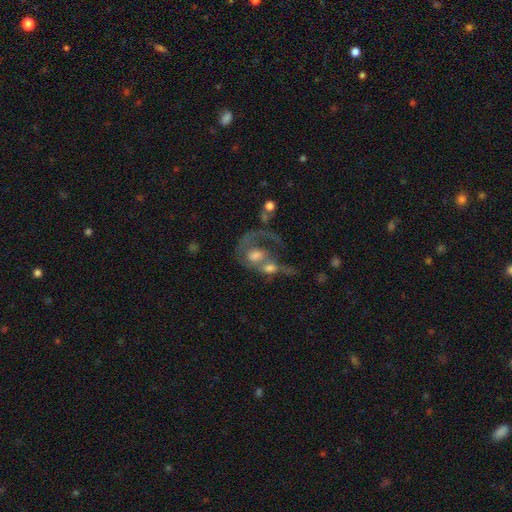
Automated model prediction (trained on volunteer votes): A featured or disk galaxy (64%) with no bar (69%), spiral arms (62%) and a moderate central bulge (52%). Merging: merger (64%).